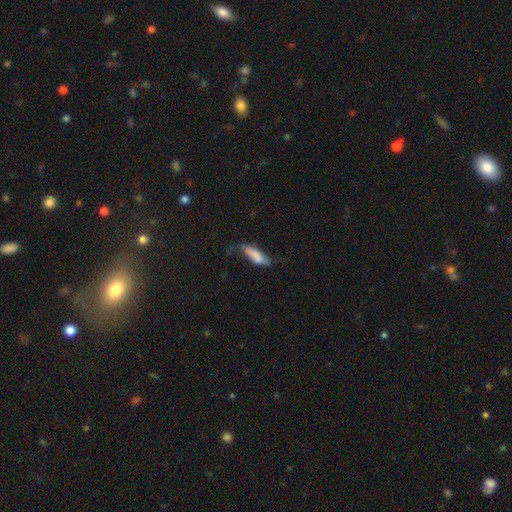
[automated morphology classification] smooth 73%, featured or disk 20%, star or artifact 8%. Down the decision tree: how rounded — cigar-shaped (52%); merging — none (34%).